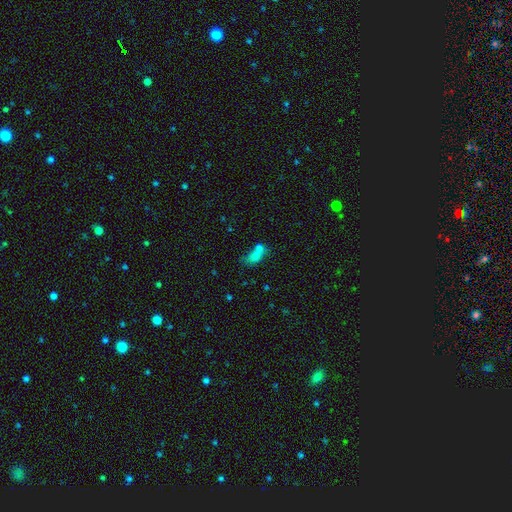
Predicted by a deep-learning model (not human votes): This appears to be a smooth galaxy with no disk features (70%) that is in between round and cigar-shaped (72%). Merging: merger (59%).